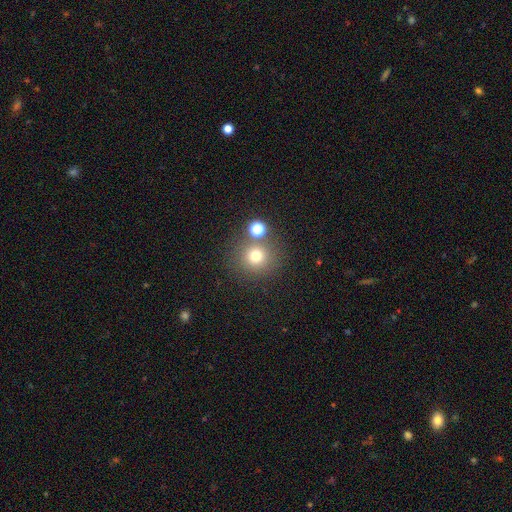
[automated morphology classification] Smooth or featured? Predicted: smooth (p=0.73). How rounded? Predicted: round (p=0.91). Merging? Predicted: none (p=0.74).